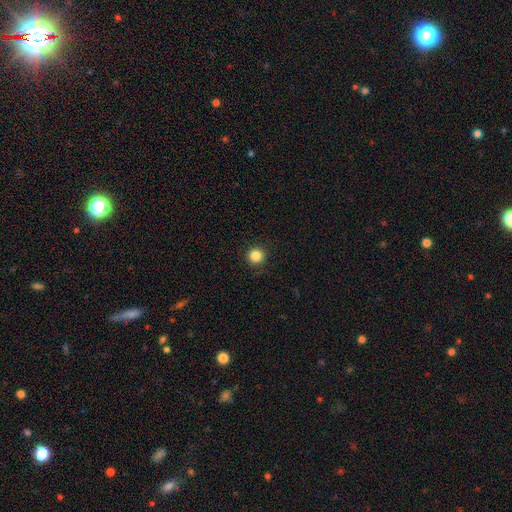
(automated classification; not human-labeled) The model was most divided on "smooth or featured": smooth: 85%, star or artifact: 11%, featured or disk: 4%. More confident: how rounded — round (96%); merging — none (92%).